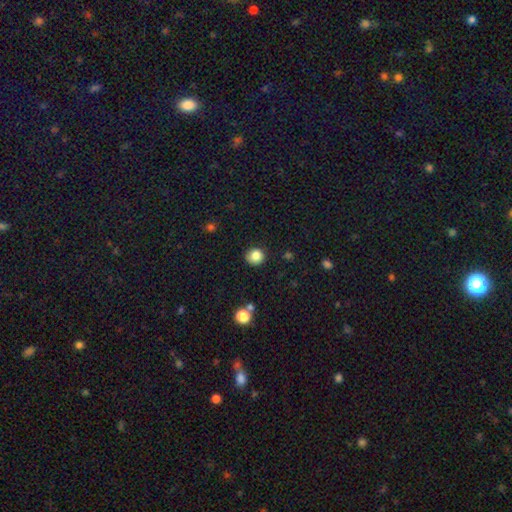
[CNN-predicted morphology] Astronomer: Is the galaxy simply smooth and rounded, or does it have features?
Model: smooth — 84%.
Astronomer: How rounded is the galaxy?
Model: round — 88%.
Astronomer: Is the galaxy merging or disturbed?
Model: none — 87%.